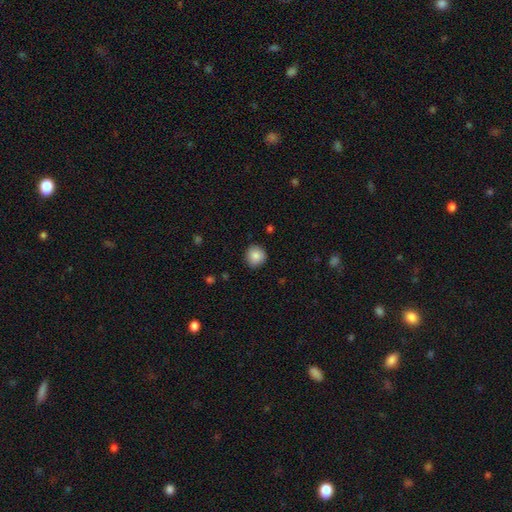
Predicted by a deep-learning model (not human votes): The model was most divided on "merging": none: 87%, minor disturbance: 10%, major disturbance: 2%, merger: 1%. More confident: how rounded — round (91%); smooth or featured — smooth (86%).